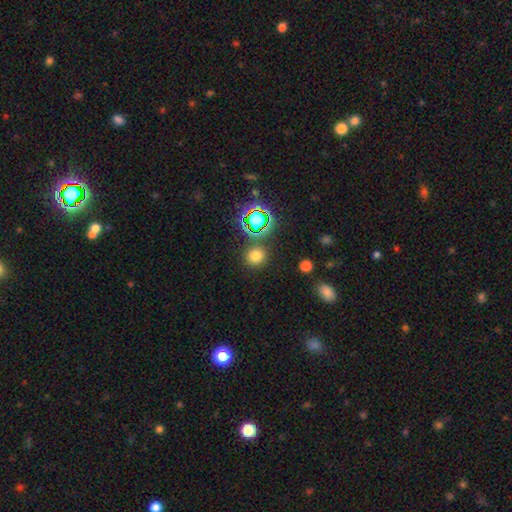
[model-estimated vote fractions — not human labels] A smooth galaxy with no disk features (71%) that is round (83%).

Vote fractions:
- Smooth or featured? smooth: 71% / star or artifact: 23% / featured or disk: 6%
- How rounded? round: 83% / in between: 16% / cigar-shaped: 1%
- Merging? none: 84% / minor disturbance: 8% / merger: 5% / major disturbance: 3%